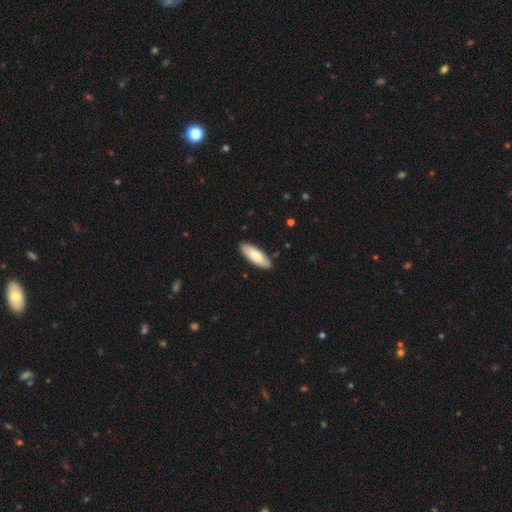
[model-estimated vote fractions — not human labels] Morphology: type=smooth (78%); roundness=in between (71%); merging=none (88%).